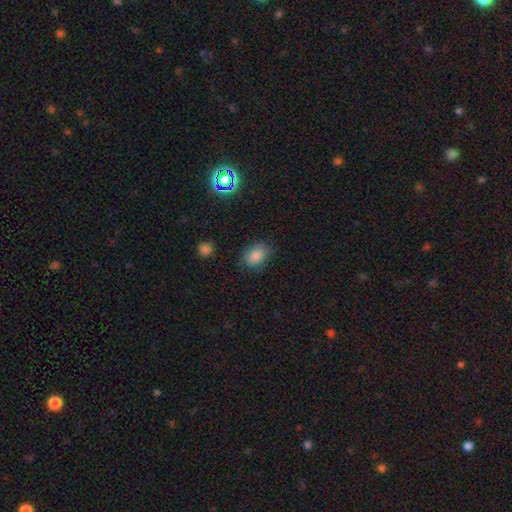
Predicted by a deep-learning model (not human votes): smooth_or_featured: smooth (p=0.84) [alt: star or artifact p=0.11]
how_rounded: in between (p=0.73) [alt: round p=0.26]
merging: none (p=0.79) [alt: minor disturbance p=0.15]